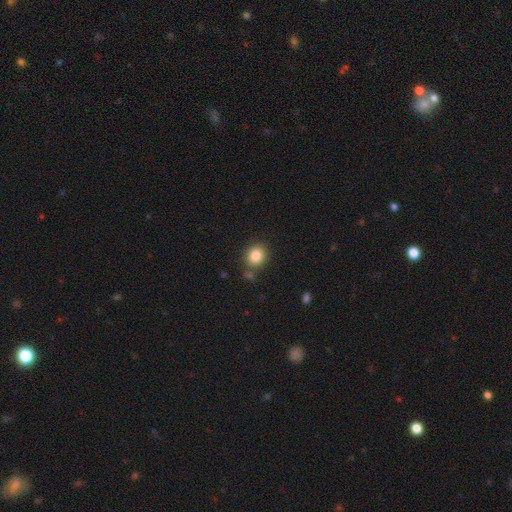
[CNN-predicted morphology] smooth_or_featured: smooth (p=0.84) [alt: star or artifact p=0.10]
how_rounded: round (p=0.71) [alt: in between p=0.28]
merging: none (p=0.80) [alt: minor disturbance p=0.11]